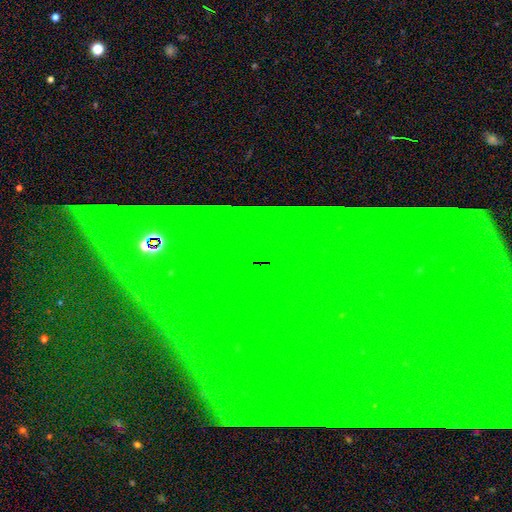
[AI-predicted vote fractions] smooth_or_featured: star or artifact (p=0.84) [alt: featured or disk p=0.08]